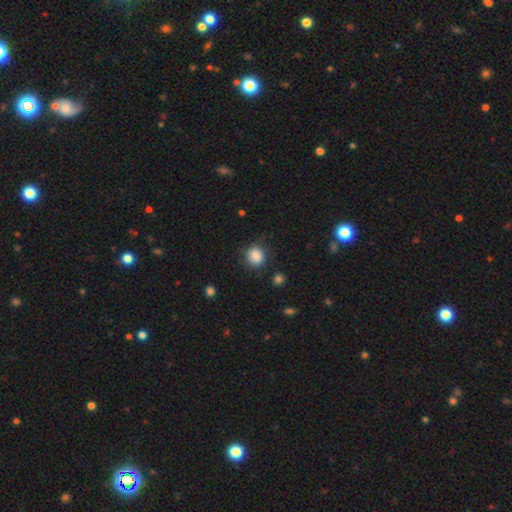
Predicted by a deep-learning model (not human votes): A smooth galaxy with no disk features (87%) that is round (78%). Merging: none (82%).